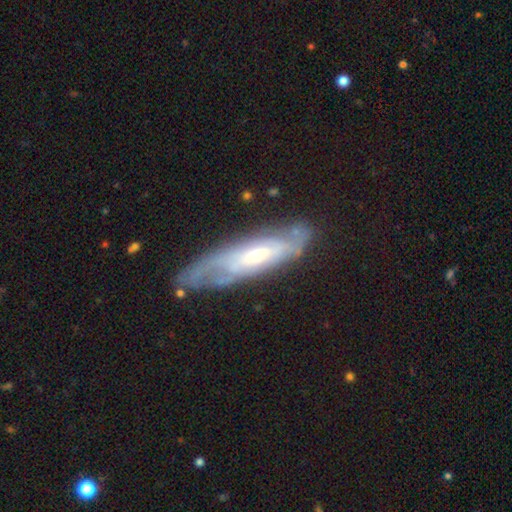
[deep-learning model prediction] featured or disk 74%, smooth 20%, star or artifact 6%. Down the decision tree: edge-on disk — no (70%); bar — no (55%); spiral arms — yes (83%); bulge size — moderate (50%); merging — none (68%).